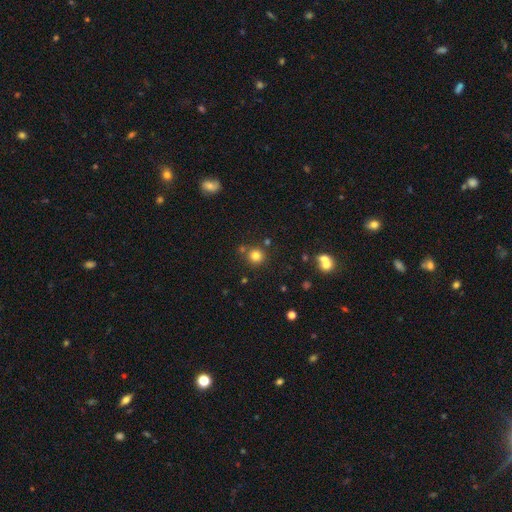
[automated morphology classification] smooth 79%, star or artifact 14%, featured or disk 7%. Down the decision tree: how rounded — round (93%); merging — none (78%).